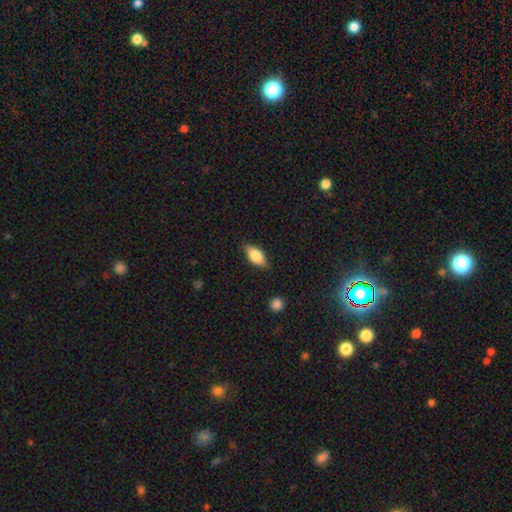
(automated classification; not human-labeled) Smooth or featured?
  - smooth: 76% *
  - featured or disk: 17%
  - star or artifact: 7%
How rounded?
  - in between: 86% *
  - cigar-shaped: 10%
  - round: 4%
Merging?
  - none: 83% *
  - minor disturbance: 13%
  - major disturbance: 3%
  - merger: 1%